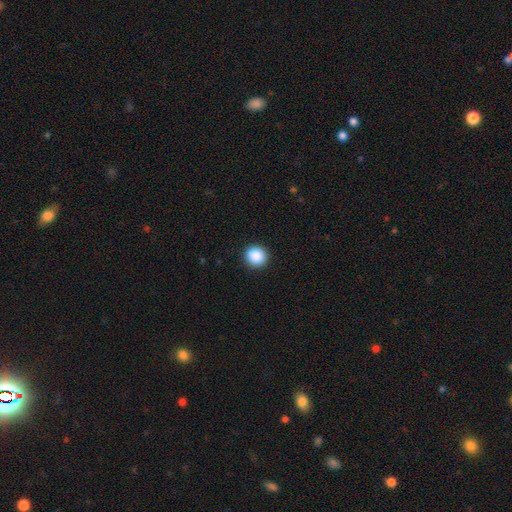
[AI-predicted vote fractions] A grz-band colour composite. It shows a smooth galaxy with no disk features (88%) that is round (88%). Merging: none (91%).